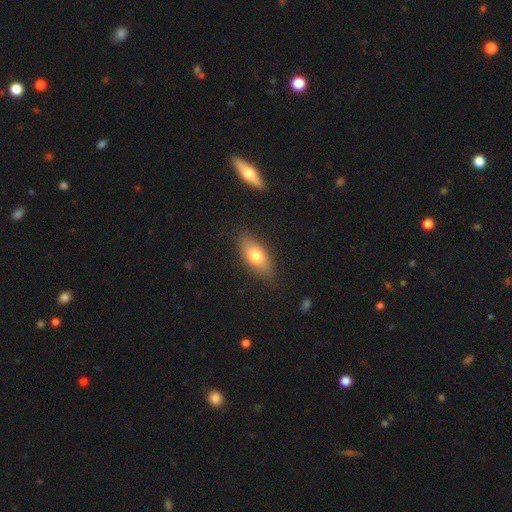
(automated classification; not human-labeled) This is likely a smooth galaxy (72%). How rounded: clearly in between (81%). Merging: clearly none (82%).